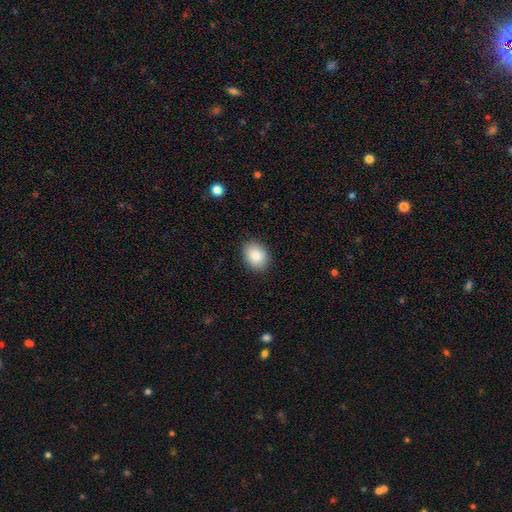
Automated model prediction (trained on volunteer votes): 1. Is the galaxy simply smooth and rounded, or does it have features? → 87% smooth, 7% star or artifact, 6% featured or disk.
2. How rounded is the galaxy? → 64% in between, 36% round, 1% cigar-shaped.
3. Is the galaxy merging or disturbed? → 88% none, 9% minor disturbance, 2% major disturbance, 1% merger.